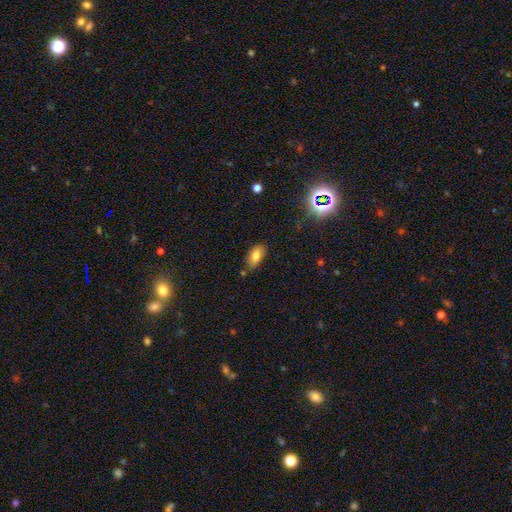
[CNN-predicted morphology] Overall: smooth (77%). How rounded: in between (88%). Merging: none (68%).